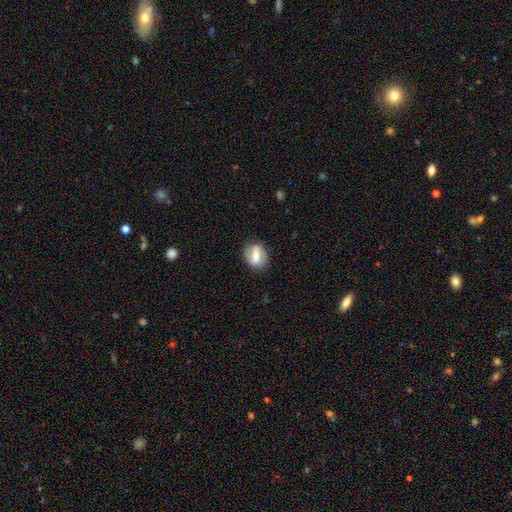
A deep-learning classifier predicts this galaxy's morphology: smooth-or-featured: smooth: 46% (tied) | featured or disk: 46% (tied) | star or artifact: 8%
  merging: none: 80% | minor disturbance: 15% | major disturbance: 4% | merger: 1%